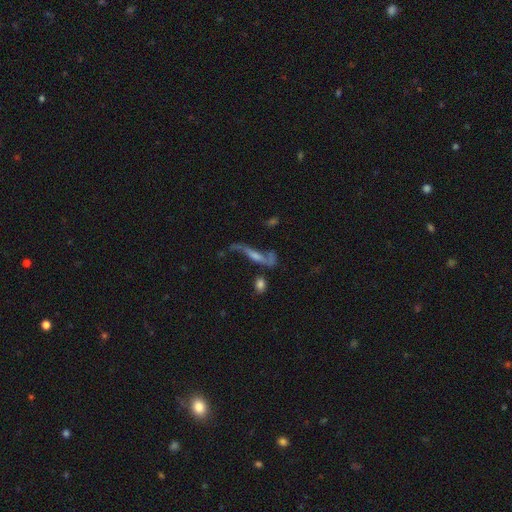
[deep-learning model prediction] smooth_or_featured: featured or disk (p=0.70) [alt: smooth p=0.17]
disk_edge_on: no (p=0.63) [alt: yes p=0.37]
merging: none (p=0.43) [alt: major disturbance p=0.23]